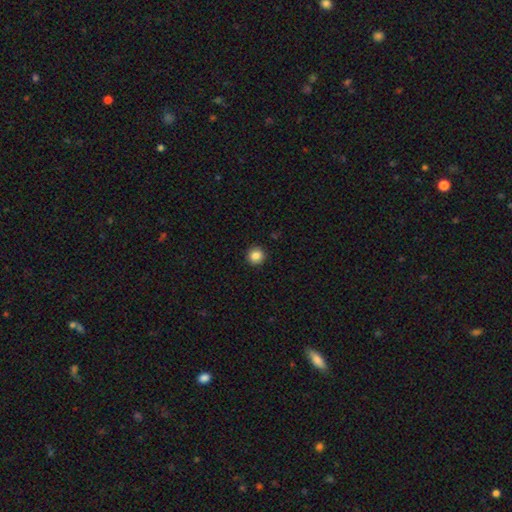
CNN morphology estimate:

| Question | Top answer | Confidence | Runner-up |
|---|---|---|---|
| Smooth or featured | smooth | 86% | star or artifact (10%) |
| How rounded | round | 95% | in between (4%) |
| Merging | none | 93% | minor disturbance (4%) |